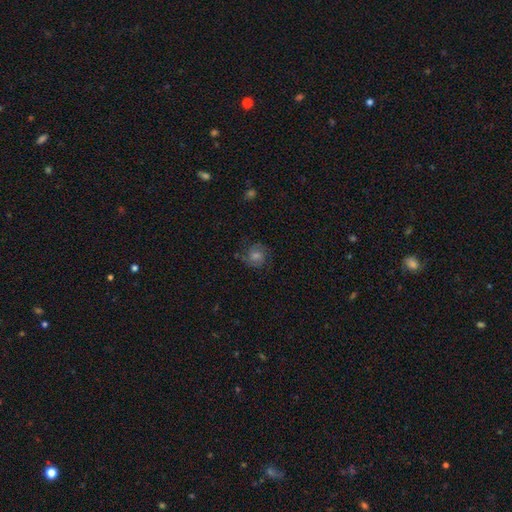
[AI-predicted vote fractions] This is likely a featured or disk galaxy (60%). It is clearly not viewed edge-on (97%). Bar: likely no (64%). Spiral arm pattern: clearly yes (92%). Spiral arm count: likely 2 (61%). Spiral winding: possibly tight (47%). Central bulge: possibly moderate (54%). Merging: likely none (80%).